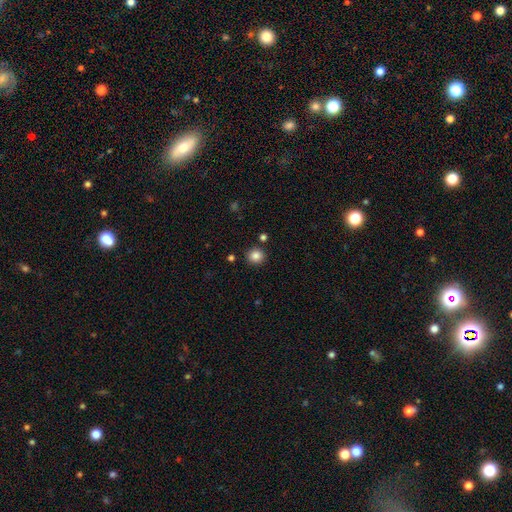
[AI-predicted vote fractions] Q: Smooth or featured?
A: smooth (85%); runner-up: star or artifact (11%)
Q: How rounded?
A: round (92%); runner-up: in between (7%)
Q: Merging?
A: none (89%); runner-up: minor disturbance (6%)